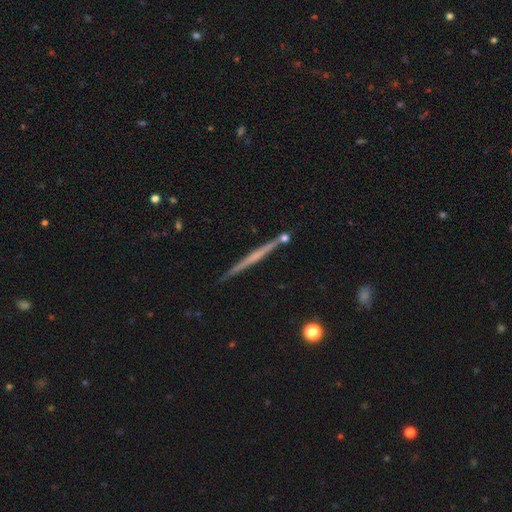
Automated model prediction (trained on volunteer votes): This is likely a featured or disk galaxy (66%). It is clearly viewed edge-on (98%). Edge-on bulge: likely none (72%). Merging: clearly none (86%).